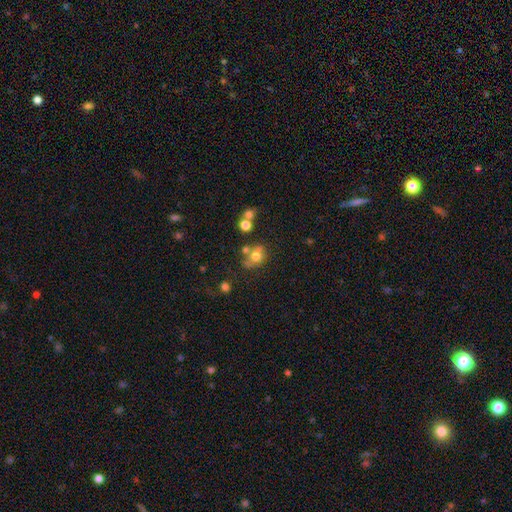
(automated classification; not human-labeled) smooth_or_featured: smooth (p=0.67) [alt: featured or disk p=0.19]
how_rounded: round (p=0.63) [alt: in between p=0.36]
merging: none (p=0.48) [alt: merger p=0.26]